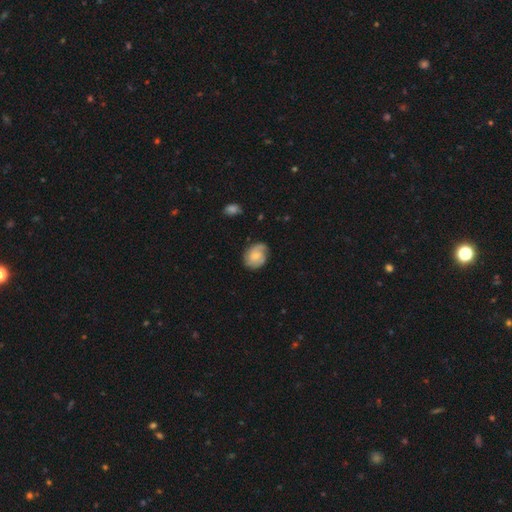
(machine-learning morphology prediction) A featured or disk galaxy (54%) with no bar (71%), spiral arms (87%) and a small central bulge (53%).

Vote fractions:
- Smooth or featured? featured or disk: 54% / smooth: 39% / star or artifact: 7%
- Edge-on disk? no: 97% / yes: 3%
- Bar? no: 71% / weak: 26% / strong: 3%
- Spiral arms? yes: 87% / no: 13%
- Bulge size? small: 53% / moderate: 38% / none: 6% / large: 2% / dominant: 1%
- Merging? none: 66% / minor disturbance: 25% / major disturbance: 7% / merger: 2%